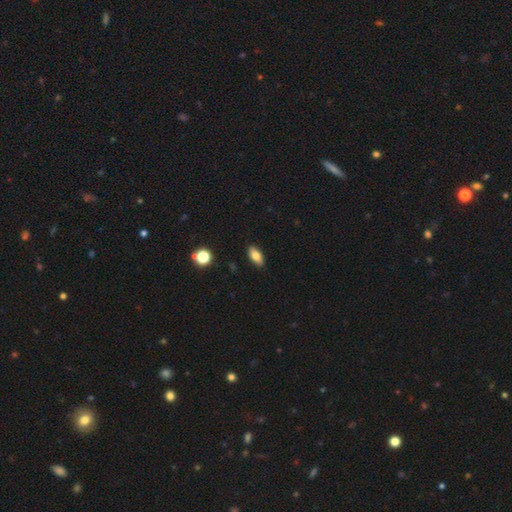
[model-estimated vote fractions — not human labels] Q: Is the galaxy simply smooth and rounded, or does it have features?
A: smooth — 80%.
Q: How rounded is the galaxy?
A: in between — 87%.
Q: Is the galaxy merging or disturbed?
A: none — 89%.